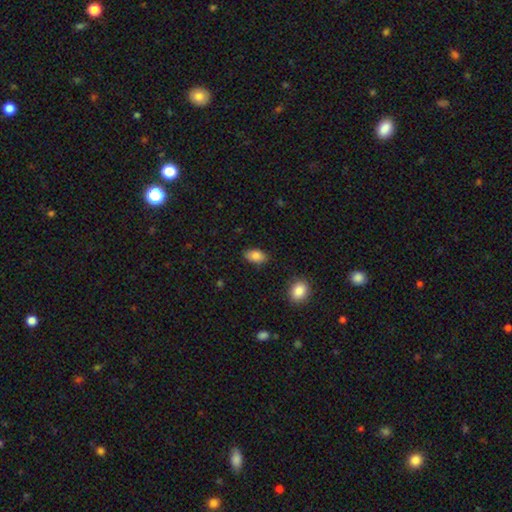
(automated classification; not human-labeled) Smooth or featured? smooth (85%)
How rounded? in between (91%)
Merging? none (85%)